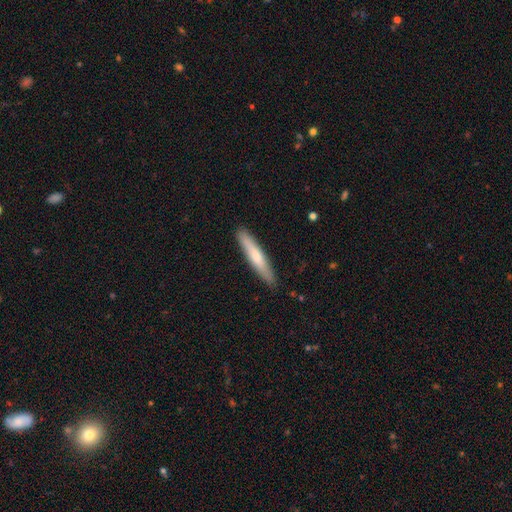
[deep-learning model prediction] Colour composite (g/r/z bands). It shows a smooth galaxy with no disk features (64%) that is cigar-shaped (92%). Merging: none (90%).